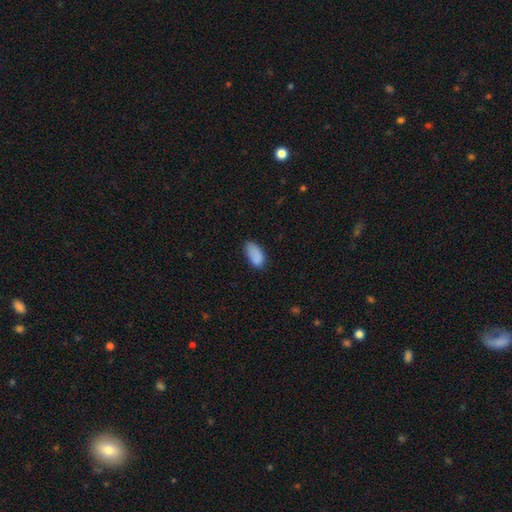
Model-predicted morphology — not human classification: smooth_or_featured: smooth (p=0.85) [alt: star or artifact p=0.08]
how_rounded: in between (p=0.93) [alt: cigar-shaped p=0.03]
merging: none (p=0.55) [alt: minor disturbance p=0.32]